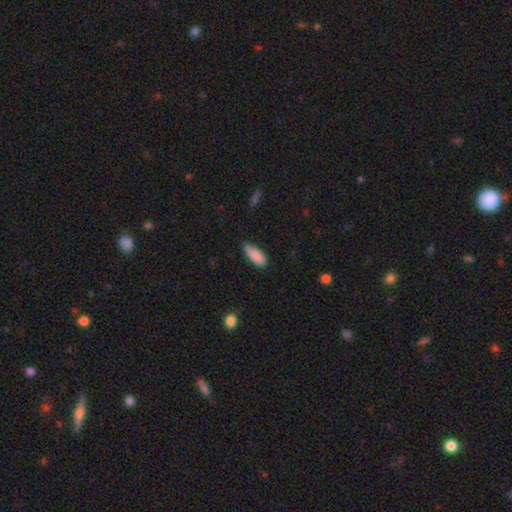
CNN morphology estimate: Overall: smooth (89%). How rounded: in between (72%). Merging: none (75%).